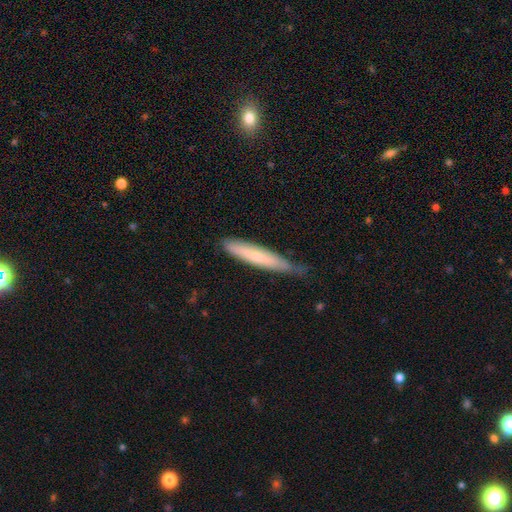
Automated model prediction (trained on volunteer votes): Smooth or featured? Predicted: smooth (p=0.64). How rounded? Predicted: cigar-shaped (p=0.92). Merging? Predicted: none (p=0.64).